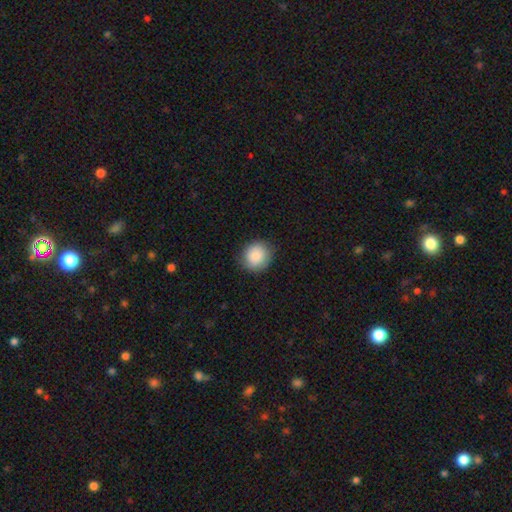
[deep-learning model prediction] A smooth galaxy with no disk features (87%) that is round (79%).

Vote fractions:
- Smooth or featured? smooth: 87% / star or artifact: 7% / featured or disk: 5%
- How rounded? round: 79% / in between: 21% / cigar-shaped: 1%
- Merging? none: 86% / minor disturbance: 11% / major disturbance: 3% / merger: 1%